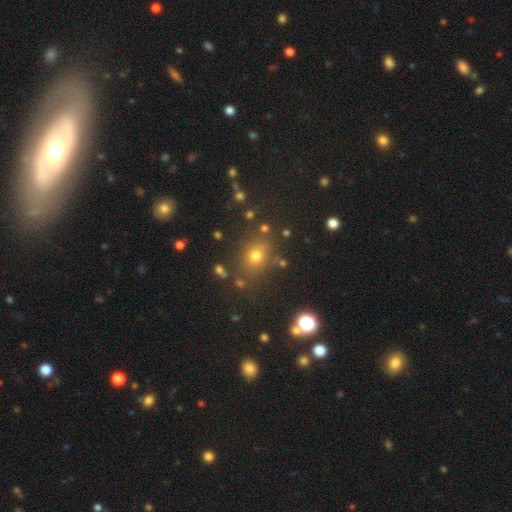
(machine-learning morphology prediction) Overall: smooth (65%; star or artifact 25%). How rounded: round (57%; in between 42%). Merging: none (79%).